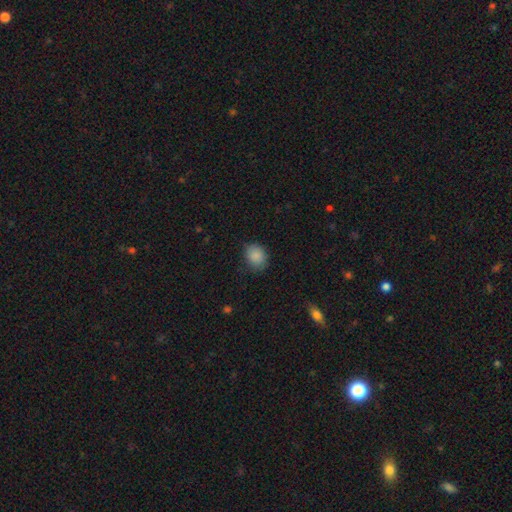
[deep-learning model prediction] Smooth or featured? Predicted: smooth (p=0.87). How rounded? Predicted: round (p=0.55). Merging? Predicted: none (p=0.75).